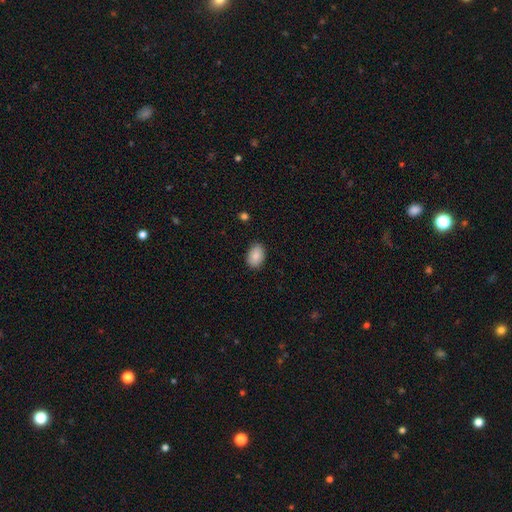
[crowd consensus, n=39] Smooth or featured? smooth (97%)
How rounded? in between (79%)
Merging? none (87%)